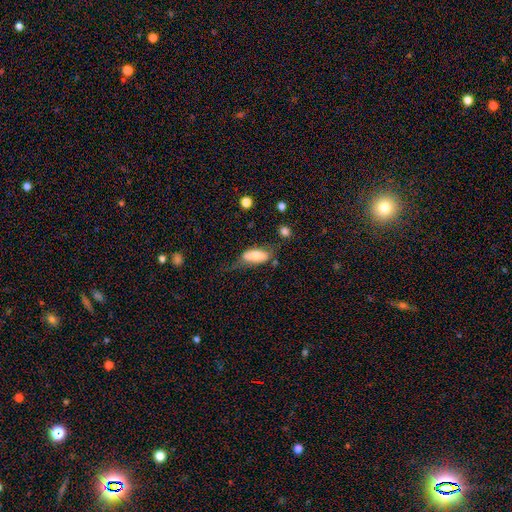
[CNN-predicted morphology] This is likely a smooth galaxy (71%). How rounded: clearly in between (84%). Merging: marginally none (40%).